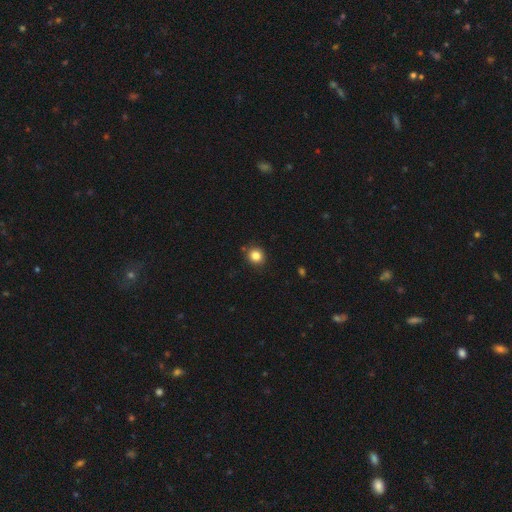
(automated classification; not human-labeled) This is clearly a smooth galaxy (83%). How rounded: clearly round (87%). Merging: clearly none (87%).